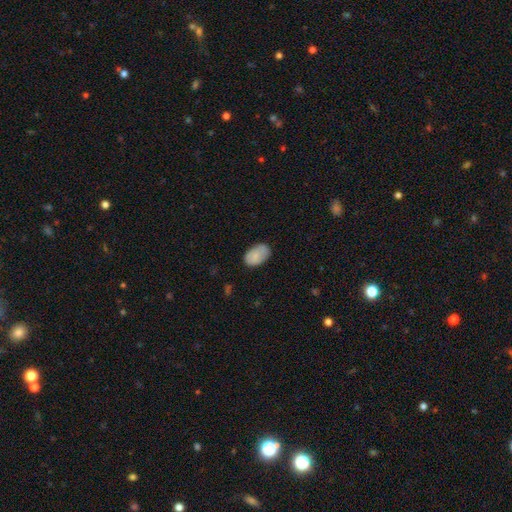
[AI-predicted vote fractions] This is clearly a smooth galaxy (82%). How rounded: clearly in between (92%). Merging: likely none (79%).